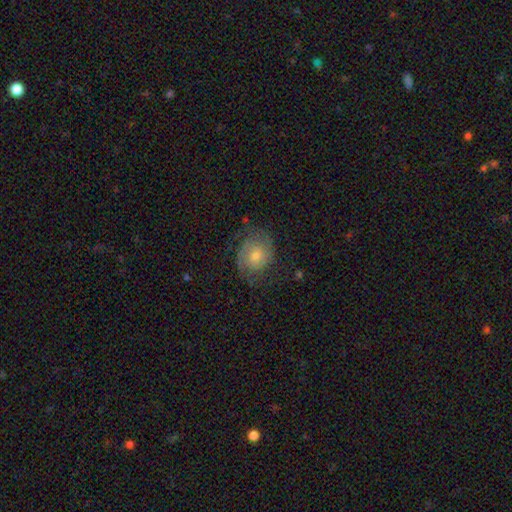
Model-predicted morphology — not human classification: A featured or disk galaxy (64%) with no bar (73%), 2 (68%) tight (45%) spiral arms (90%) and a moderate central bulge (50%).

Vote fractions:
- Smooth or featured? featured or disk: 64% / smooth: 27% / star or artifact: 9%
- Edge-on disk? no: 97% / yes: 3%
- Bar? no: 73% / weak: 24% / strong: 4%
- Spiral arms? yes: 90% / no: 10%
- Spiral winding? tight: 45% / medium: 38% / loose: 16%
- Spiral arm count? 2: 68% / can't tell: 16% / 1: 8% / 3: 5% / 4: 2% / more than 4: 2%
- Bulge size? moderate: 50% / small: 41% / large: 4% / none: 3% / dominant: 1%
- Merging? none: 67% / minor disturbance: 20% / major disturbance: 11% / merger: 1%